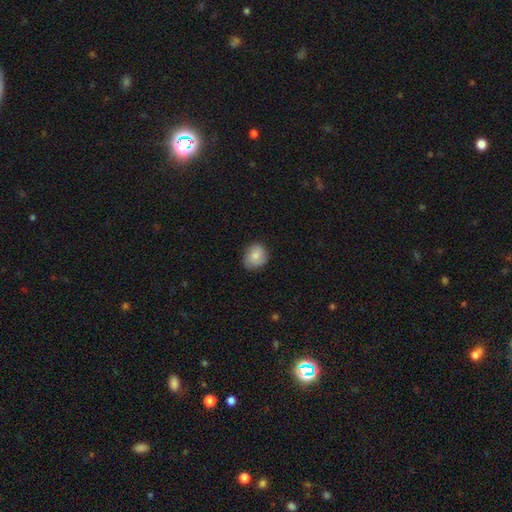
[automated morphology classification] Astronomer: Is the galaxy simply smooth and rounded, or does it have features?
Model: smooth — 80%.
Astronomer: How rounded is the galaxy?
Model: round — 69%.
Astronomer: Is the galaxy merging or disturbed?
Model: none — 78%.